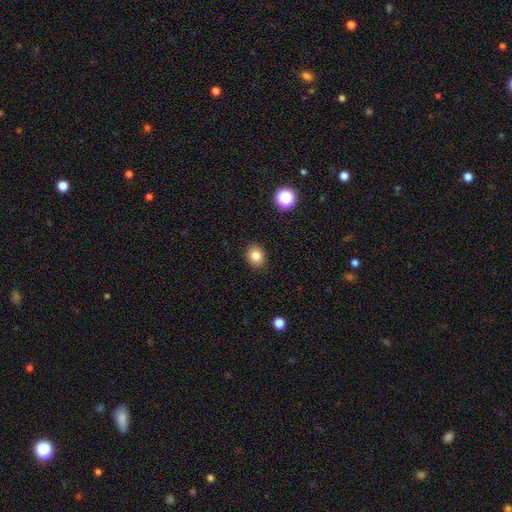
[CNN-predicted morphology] A smooth galaxy with no disk features (82%) that is round (54%). Merging: none (89%).